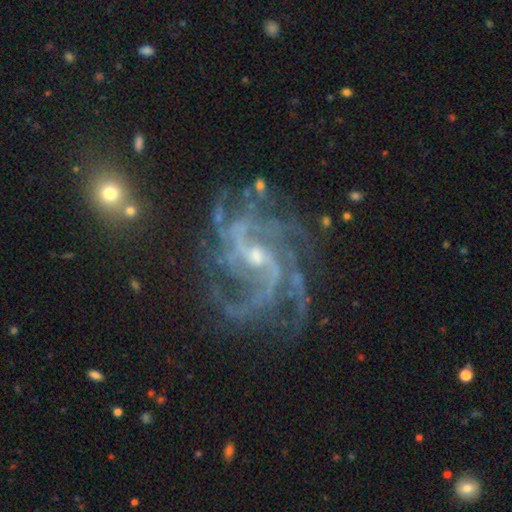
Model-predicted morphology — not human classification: smooth_or_featured: featured or disk (p=0.89) [alt: star or artifact p=0.08]
disk_edge_on: no (p=0.98) [alt: yes p=0.02]
bar: weak (p=0.46) [alt: no p=0.31]
has_spiral_arms: yes (p=0.98) [alt: no p=0.02]
spiral_winding: medium (p=0.49) [alt: tight p=0.35]
spiral_arm_count: 4 (p=0.24) [alt: 3 p=0.20]
bulge_size: small (p=0.70) [alt: moderate p=0.25]
merging: none (p=0.67) [alt: minor disturbance p=0.16]